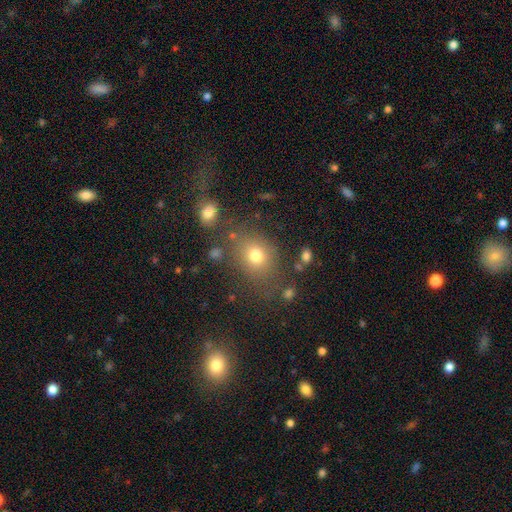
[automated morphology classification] This is likely a smooth galaxy (74%). How rounded: possibly round (51%). Merging: likely none (73%).